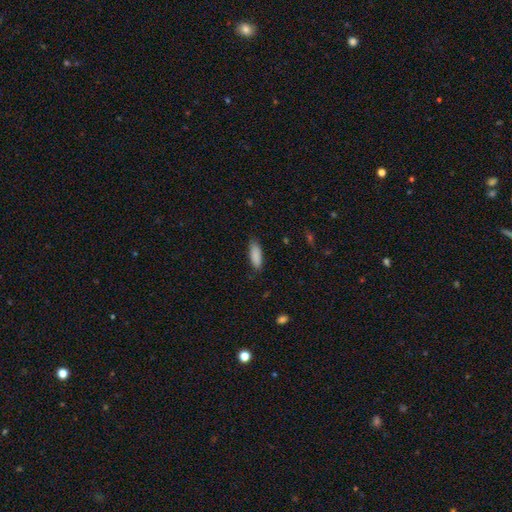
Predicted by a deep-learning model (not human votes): Smooth or featured: smooth — 89% (star or artifact — 6%)
How rounded: in between — 64% (cigar-shaped — 34%)
Merging: none — 80% (minor disturbance — 16%)